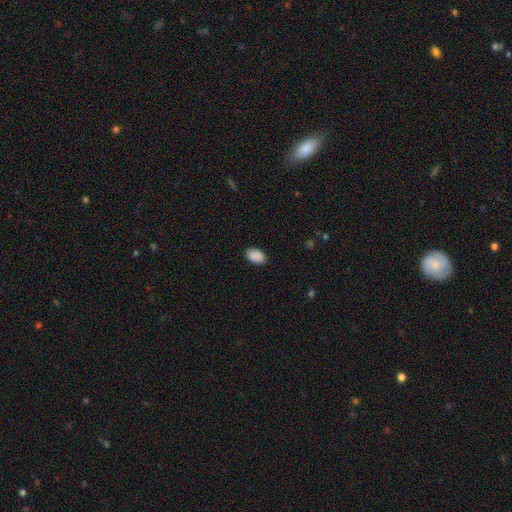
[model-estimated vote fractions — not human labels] smooth 90%, star or artifact 7%, featured or disk 3%. Down the decision tree: how rounded — in between (90%); merging — none (86%).